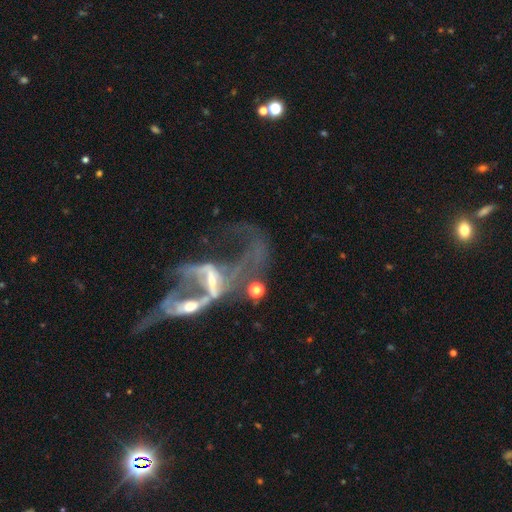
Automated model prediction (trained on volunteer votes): Smooth or featured?
  - featured or disk: 76% *
  - star or artifact: 13%
  - smooth: 11%
Edge-on disk?
  - no: 92% *
  - yes: 8%
Bar?
  - no: 40% *
  - weak: 32%
  - strong: 28%
Spiral arms?
  - yes: 67% *
  - no: 33%
Bulge size?
  - small: 43% *
  - moderate: 31%
  - none: 20%
  - large: 4%
  - dominant: 2%
Merging?
  - merger: 64% *
  - major disturbance: 22%
  - none: 9%
  - minor disturbance: 5%